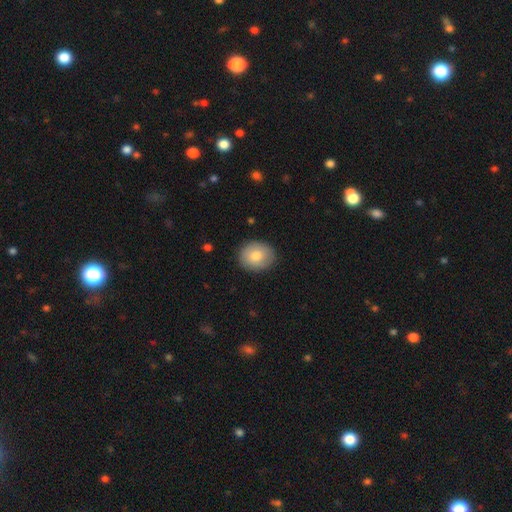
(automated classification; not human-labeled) Q: Smooth or featured?
A: smooth (78%); runner-up: featured or disk (15%)
Q: How rounded?
A: round (64%); runner-up: in between (35%)
Q: Merging?
A: none (87%); runner-up: minor disturbance (10%)